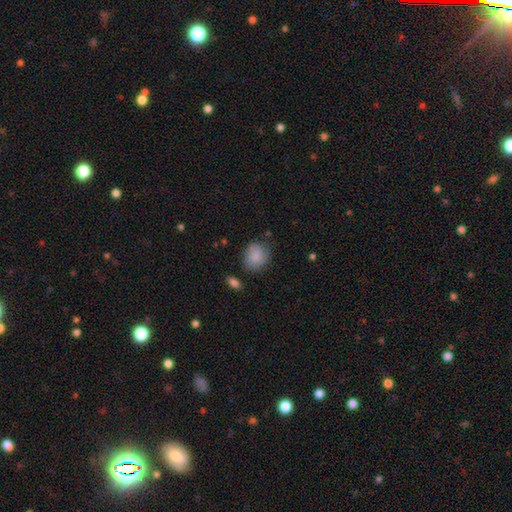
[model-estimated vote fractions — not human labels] Smooth or featured? Predicted: smooth (p=0.86). How rounded? Predicted: round (p=0.68). Merging? Predicted: none (p=0.73).